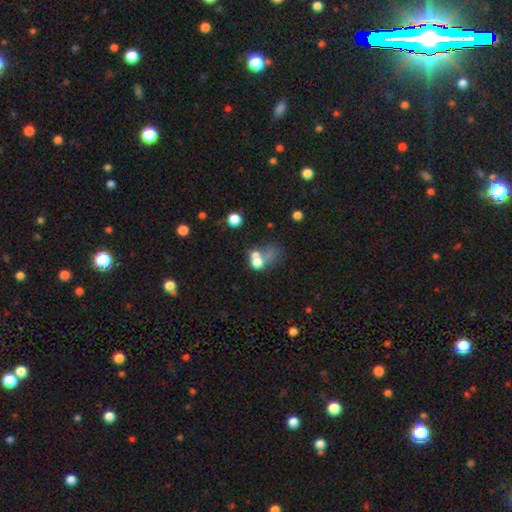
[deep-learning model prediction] The model was most divided on "how rounded": round: 59%, in between: 40%, cigar-shaped: 1%. More confident: smooth or featured — smooth (59%); merging — merger (56%).